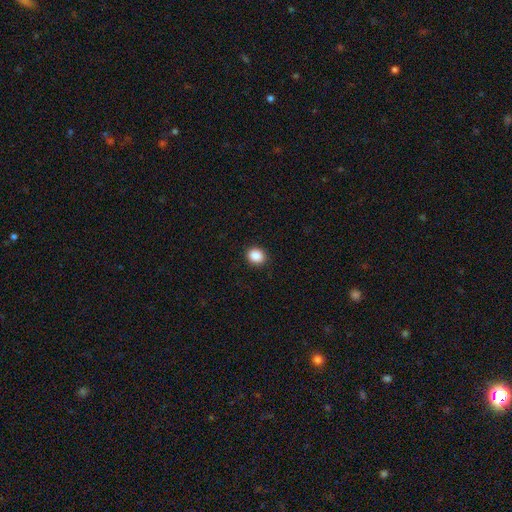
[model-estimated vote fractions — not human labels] Smooth or featured: smooth — 88% (star or artifact — 9%)
How rounded: round — 64% (in between — 35%)
Merging: none — 91% (minor disturbance — 7%)